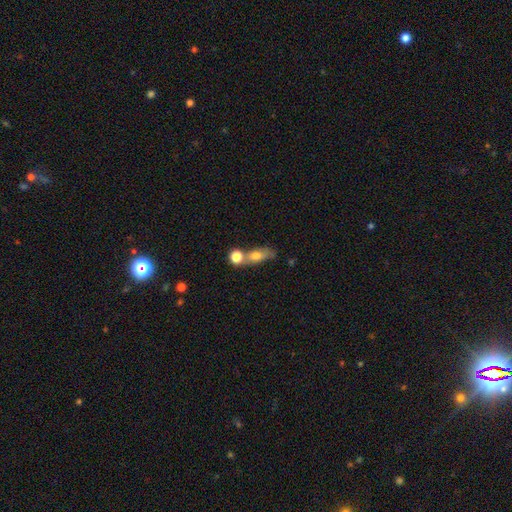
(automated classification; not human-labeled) Smooth or featured? Predicted: smooth (p=0.70). How rounded? Predicted: in between (p=0.57). Merging? Predicted: merger (p=0.44).